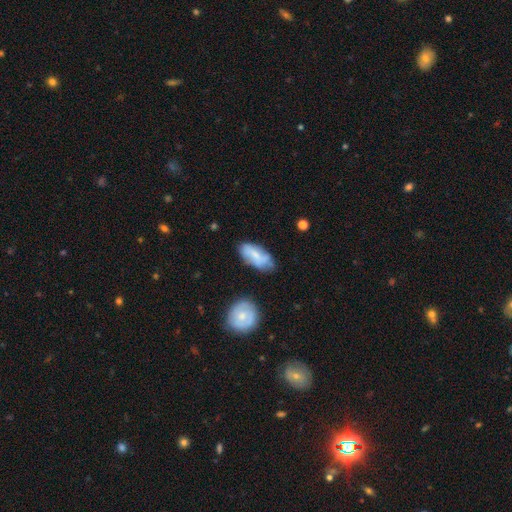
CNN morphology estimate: The model was most divided on "merging": none: 57%, minor disturbance: 29%, major disturbance: 8%, merger: 5%. More confident: how rounded — in between (88%); smooth or featured — smooth (65%).